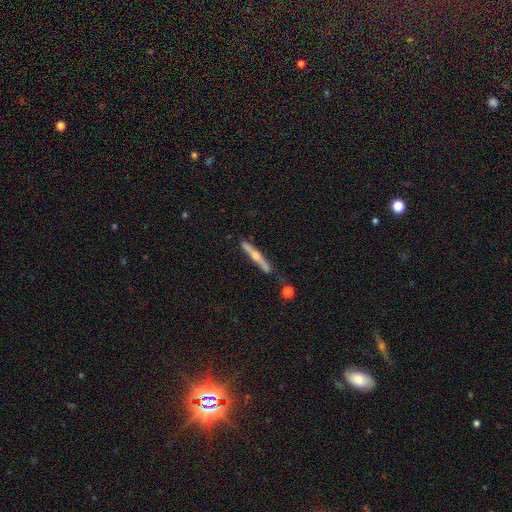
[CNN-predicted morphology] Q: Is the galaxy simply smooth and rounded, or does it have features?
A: featured or disk — 61%.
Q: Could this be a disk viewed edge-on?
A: yes — 95%.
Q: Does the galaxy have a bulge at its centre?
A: rounded — 74%.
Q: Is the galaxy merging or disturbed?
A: none — 75%.